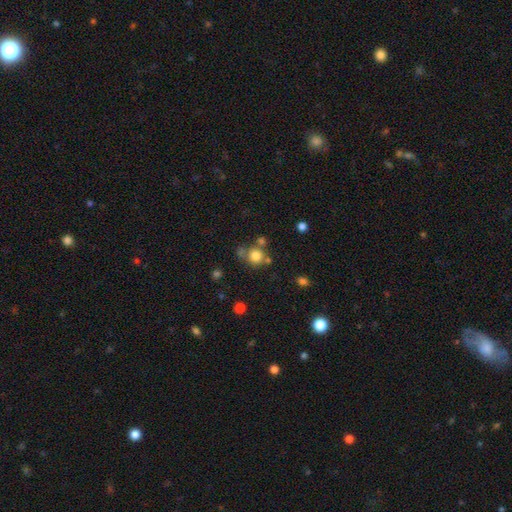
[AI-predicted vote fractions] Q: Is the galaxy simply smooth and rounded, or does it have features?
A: smooth — 79%.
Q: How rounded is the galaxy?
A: round — 90%.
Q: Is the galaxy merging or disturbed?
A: none — 61%.